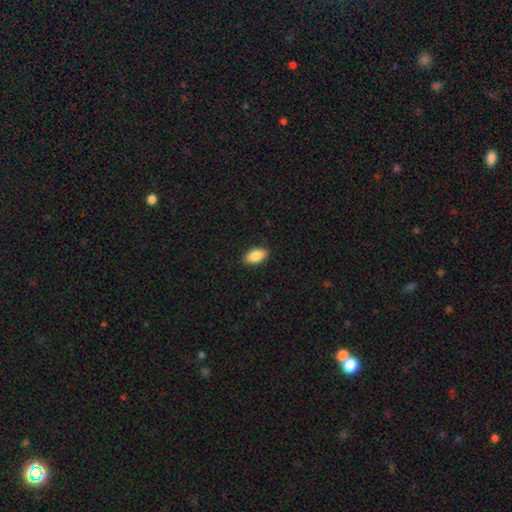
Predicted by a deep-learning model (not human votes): Smooth or featured?
  - smooth: 87% *
  - star or artifact: 7%
  - featured or disk: 6%
How rounded?
  - in between: 92% *
  - cigar-shaped: 4%
  - round: 4%
Merging?
  - none: 88% *
  - minor disturbance: 9%
  - major disturbance: 2%
  - merger: 1%